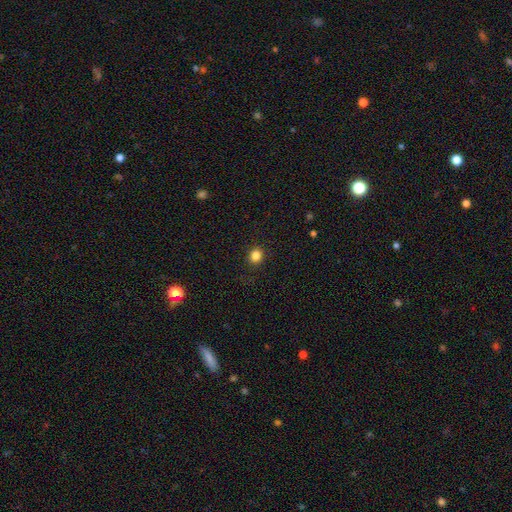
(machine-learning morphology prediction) A smooth galaxy with no disk features (83%) that is round (84%). Merging: none (90%).